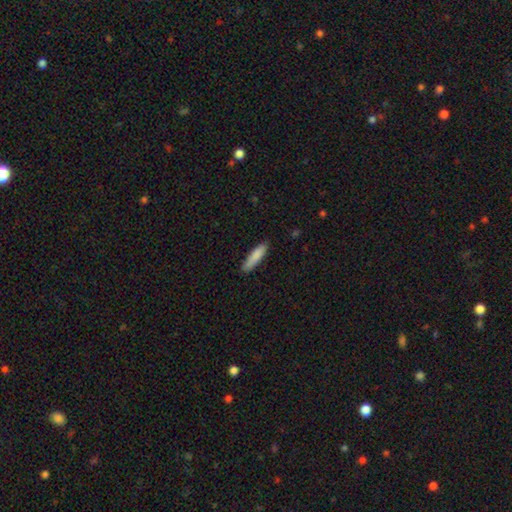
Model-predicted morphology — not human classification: Overall: smooth (86%). How rounded: cigar-shaped (75%). Merging: none (83%).